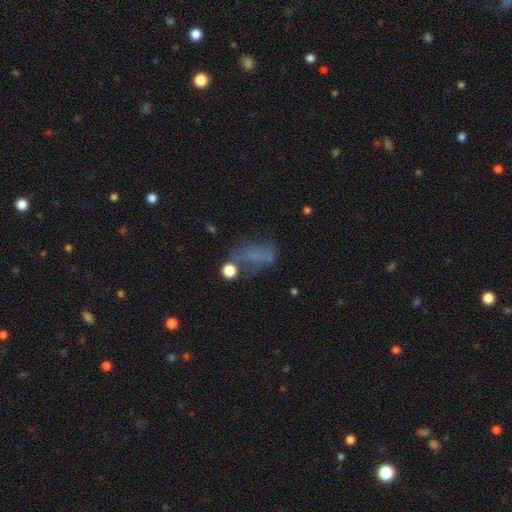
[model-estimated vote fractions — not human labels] smooth_or_featured: smooth (p=0.49) [alt: featured or disk p=0.27]
merging: none (p=0.36) [alt: major disturbance p=0.31]